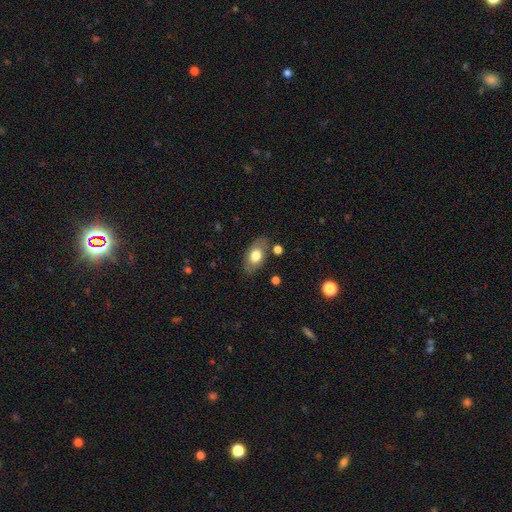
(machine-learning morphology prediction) Q: Smooth or featured?
A: smooth (70%); runner-up: featured or disk (24%)
Q: How rounded?
A: in between (89%); runner-up: round (8%)
Q: Merging?
A: none (77%); runner-up: minor disturbance (15%)